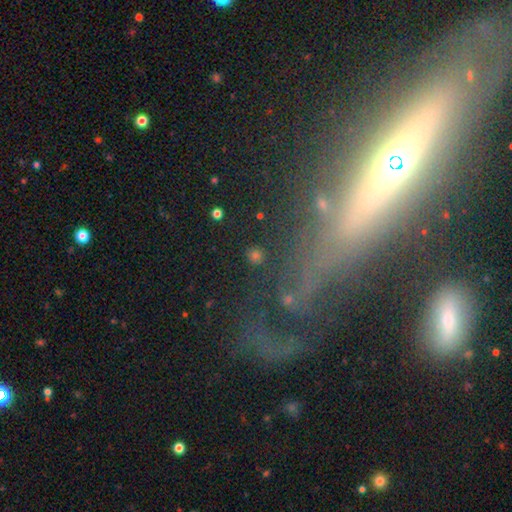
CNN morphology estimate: Q: Smooth or featured?
A: smooth (60%); runner-up: star or artifact (23%)
Q: How rounded?
A: round (84%); runner-up: in between (14%)
Q: Merging?
A: none (84%); runner-up: minor disturbance (8%)